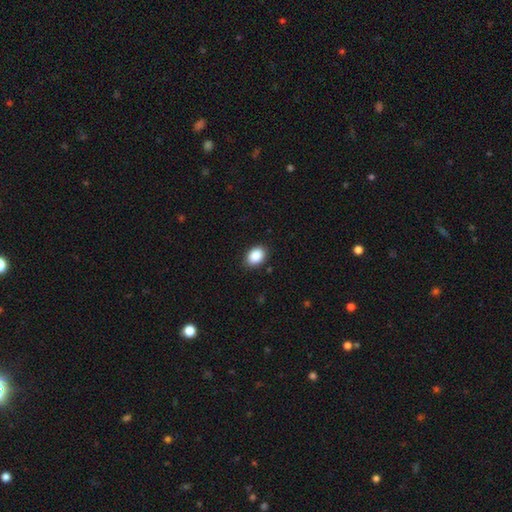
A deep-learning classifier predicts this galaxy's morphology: A smooth galaxy with no disk features (89%) that is in between round and cigar-shaped (74%). Merging: none (87%).